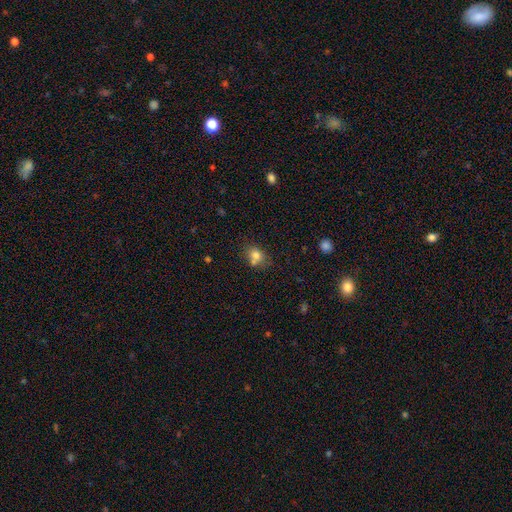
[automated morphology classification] Smooth or featured? smooth (76%)
How rounded? round (57%)
Merging? none (52%)